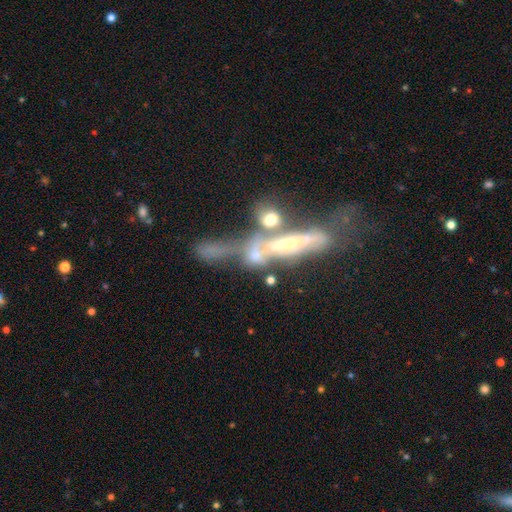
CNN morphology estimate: Overall: featured or disk (52%; smooth 34%). Edge-on disk: yes (52%; no 48%). Merging: merger (53%; none 20%).